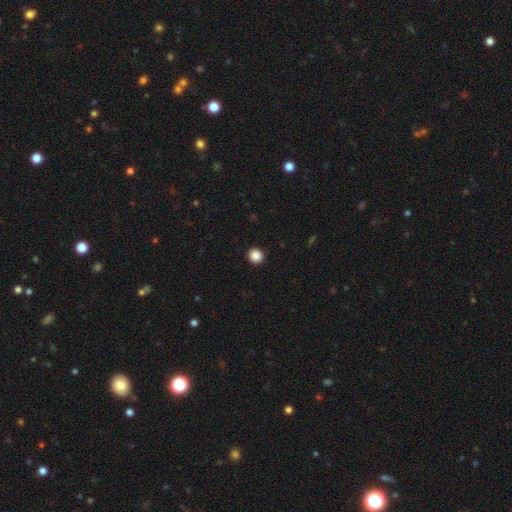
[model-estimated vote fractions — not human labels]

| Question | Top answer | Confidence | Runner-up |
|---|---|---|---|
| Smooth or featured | smooth | 88% | star or artifact (9%) |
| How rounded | round | 90% | in between (9%) |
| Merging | none | 93% | minor disturbance (4%) |